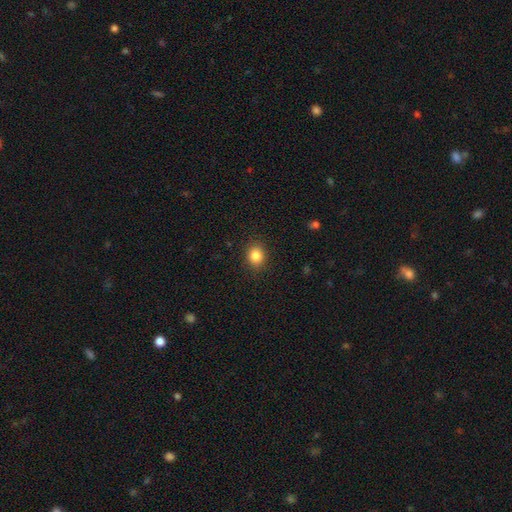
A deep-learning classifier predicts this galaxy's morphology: type=smooth (84%); roundness=round (72%); merging=none (89%).